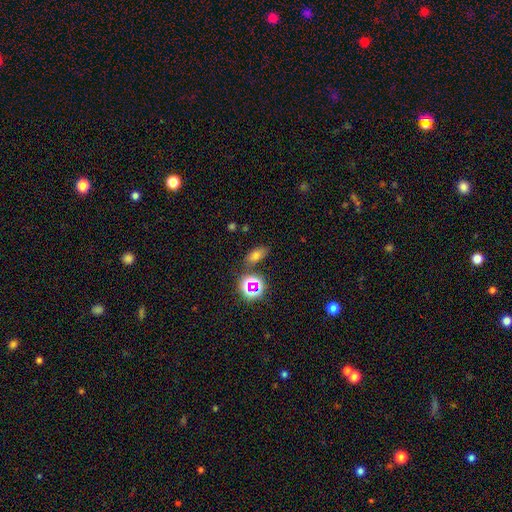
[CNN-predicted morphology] smooth 62%, star or artifact 27%, featured or disk 11%. Down the decision tree: how rounded — in between (81%); merging — none (76%).